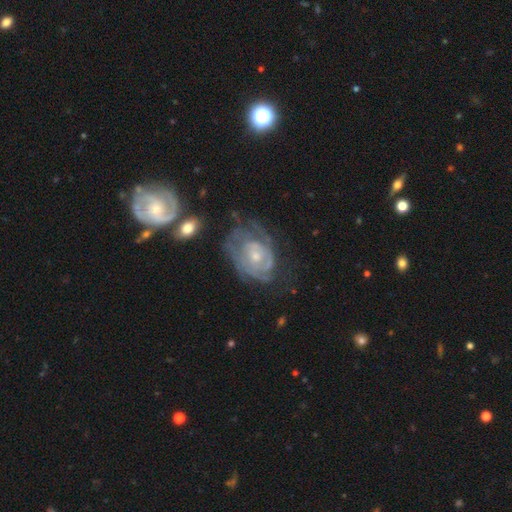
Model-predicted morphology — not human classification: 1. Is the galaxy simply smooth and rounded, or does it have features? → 81% featured or disk, 13% smooth, 6% star or artifact.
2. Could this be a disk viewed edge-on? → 97% no, 3% yes.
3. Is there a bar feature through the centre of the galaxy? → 76% no, 21% weak, 3% strong.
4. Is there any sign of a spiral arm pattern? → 85% yes, 15% no.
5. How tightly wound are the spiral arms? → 66% tight, 25% medium, 8% loose.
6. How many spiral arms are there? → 50% can't tell, 22% 2, 13% 3, 6% 1, 6% 4, 4% more than 4.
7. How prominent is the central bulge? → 58% small, 37% moderate, 2% none, 2% large, 1% dominant.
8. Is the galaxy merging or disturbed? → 46% none, 25% minor disturbance, 24% major disturbance, 4% merger.